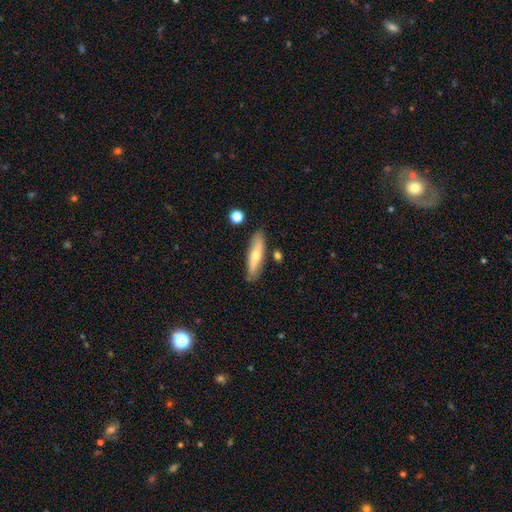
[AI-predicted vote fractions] Q: Smooth or featured?
A: smooth (58%); runner-up: featured or disk (36%)
Q: How rounded?
A: cigar-shaped (66%); runner-up: in between (32%)
Q: Merging?
A: none (81%); runner-up: minor disturbance (13%)